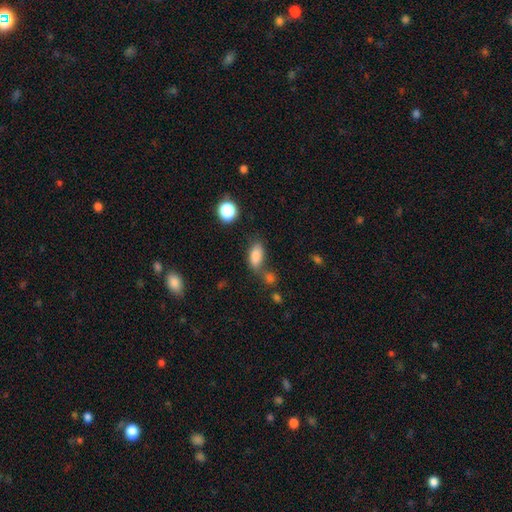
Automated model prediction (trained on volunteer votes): A smooth galaxy with no disk features (83%) that is in between round and cigar-shaped (89%).

Vote fractions:
- Smooth or featured? smooth: 83% / star or artifact: 10% / featured or disk: 7%
- How rounded? in between: 89% / round: 6% / cigar-shaped: 5%
- Merging? none: 55% / merger: 20% / minor disturbance: 17% / major disturbance: 7%